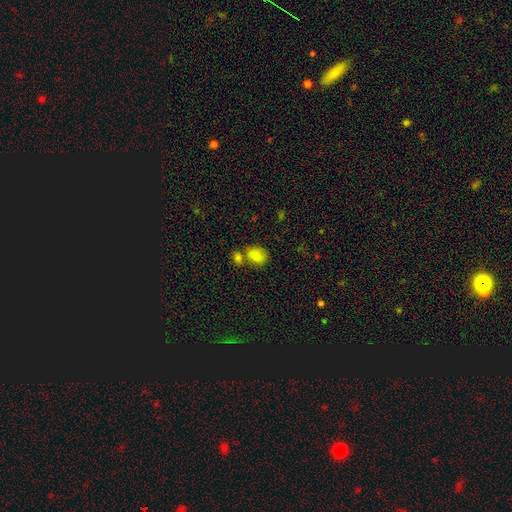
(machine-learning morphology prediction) smooth-or-featured: smooth: 84% | star or artifact: 9% | featured or disk: 7%
  how-rounded: in between: 64% | round: 35% | cigar-shaped: 1%
  merging: none: 49% | merger: 33% | minor disturbance: 13% | major disturbance: 5%